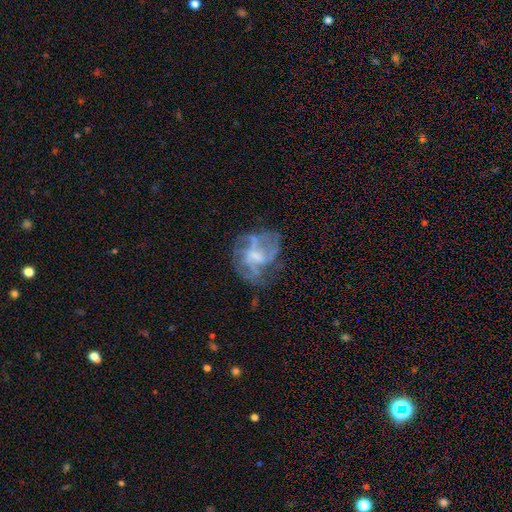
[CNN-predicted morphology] Q: Smooth or featured?
A: featured or disk (68%); runner-up: smooth (21%)
Q: Edge-on disk?
A: no (98%); runner-up: yes (2%)
Q: Bar?
A: no (52%); runner-up: weak (38%)
Q: Spiral arms?
A: yes (62%); runner-up: no (38%)
Q: Bulge size?
A: none (34%); runner-up: moderate (30%)
Q: Merging?
A: none (48%); runner-up: major disturbance (28%)